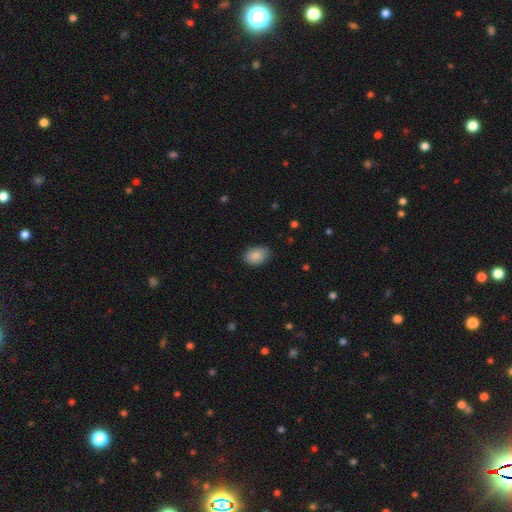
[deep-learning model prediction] Q: Smooth or featured?
A: smooth (88%); runner-up: star or artifact (7%)
Q: How rounded?
A: in between (79%); runner-up: round (20%)
Q: Merging?
A: none (80%); runner-up: minor disturbance (16%)